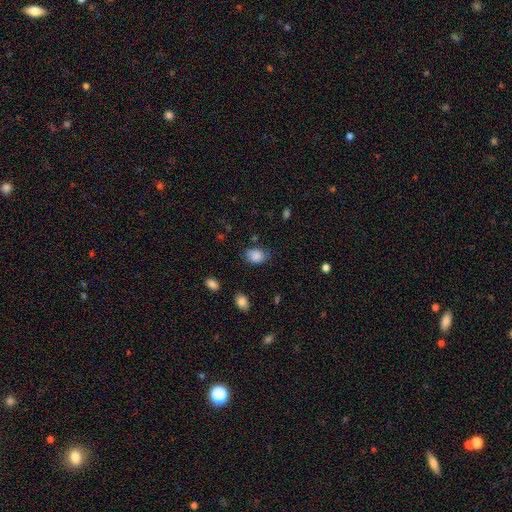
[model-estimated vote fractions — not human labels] Q: Smooth or featured?
A: smooth (84%); runner-up: star or artifact (9%)
Q: How rounded?
A: in between (70%); runner-up: round (29%)
Q: Merging?
A: none (61%); runner-up: minor disturbance (28%)